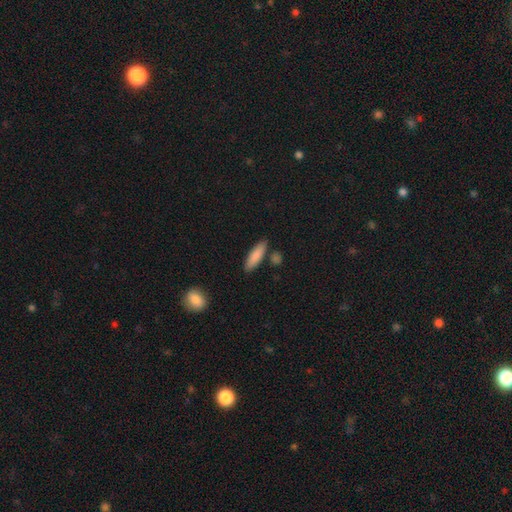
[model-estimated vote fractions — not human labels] smooth_or_featured: smooth (p=0.85) [alt: featured or disk p=0.09]
how_rounded: cigar-shaped (p=0.58) [alt: in between p=0.40]
merging: none (p=0.82) [alt: minor disturbance p=0.11]